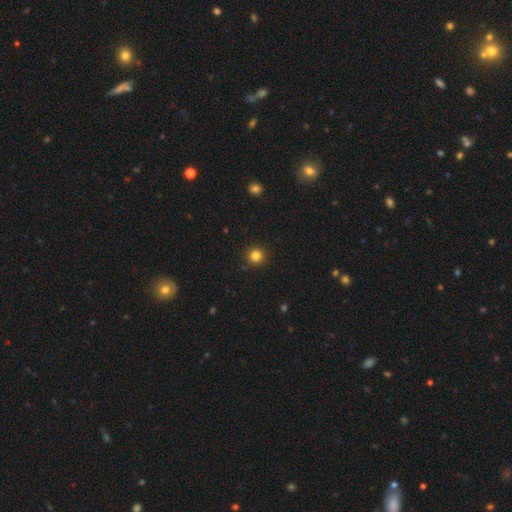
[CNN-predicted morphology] This appears to be a smooth galaxy with no disk features (83%) that is round (94%). Merging: none (91%).